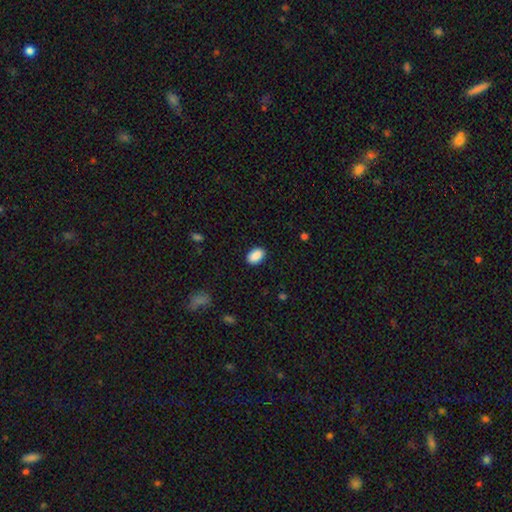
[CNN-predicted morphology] A smooth galaxy with no disk features (90%) that is in between round and cigar-shaped (89%).

Vote fractions:
- Smooth or featured? smooth: 90% / star or artifact: 7% / featured or disk: 3%
- How rounded? in between: 89% / round: 10% / cigar-shaped: 1%
- Merging? none: 88% / minor disturbance: 9% / major disturbance: 2% / merger: 1%